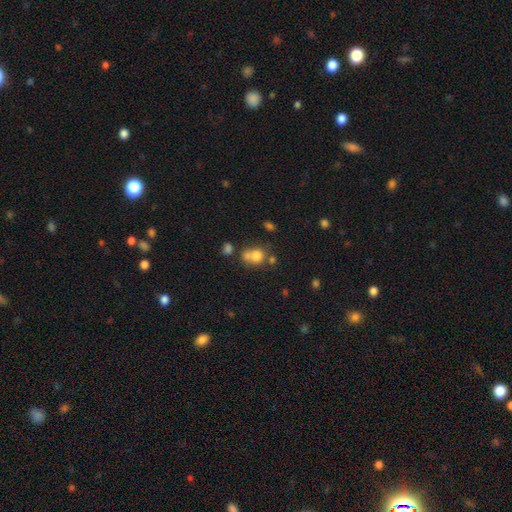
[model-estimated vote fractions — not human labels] The model was most divided on "merging": merger: 42%, none: 38%, minor disturbance: 13%, major disturbance: 8%. More confident: smooth or featured — smooth (74%); how rounded — round (65%).